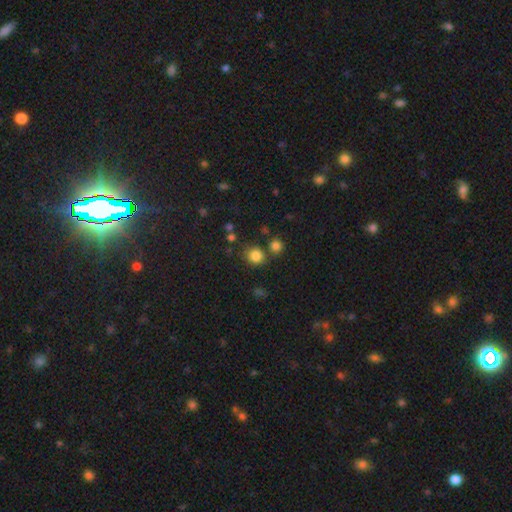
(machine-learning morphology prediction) smooth-or-featured: smooth: 82% | star or artifact: 13% | featured or disk: 5%
  how-rounded: round: 84% | in between: 15% | cigar-shaped: 1%
  merging: none: 71% | merger: 13% | minor disturbance: 11% | major disturbance: 4%